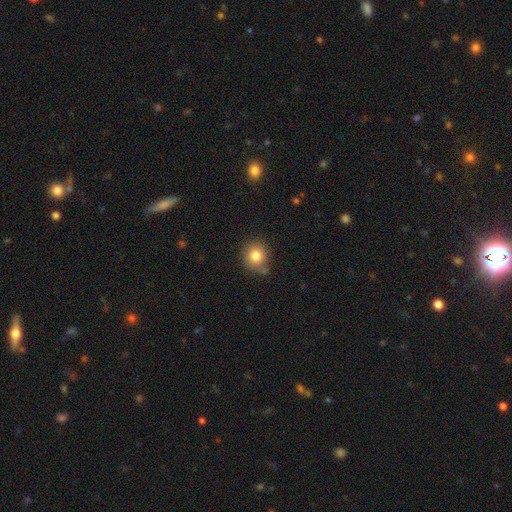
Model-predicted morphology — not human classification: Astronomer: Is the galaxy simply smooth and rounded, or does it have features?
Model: smooth — 82%.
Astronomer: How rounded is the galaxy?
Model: round — 82%.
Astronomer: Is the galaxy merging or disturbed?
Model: none — 73%.